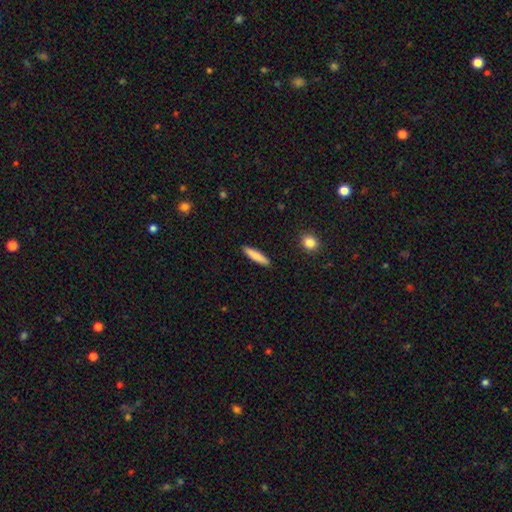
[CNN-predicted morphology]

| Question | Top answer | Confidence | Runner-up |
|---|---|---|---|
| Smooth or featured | smooth | 81% | featured or disk (13%) |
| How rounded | cigar-shaped | 84% | in between (14%) |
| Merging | none | 91% | minor disturbance (6%) |